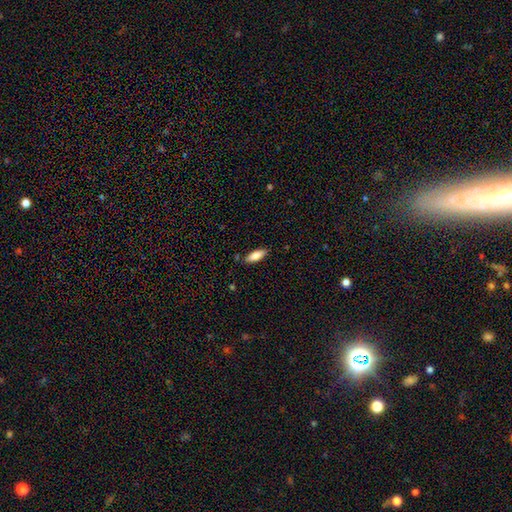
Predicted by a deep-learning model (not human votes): smooth-or-featured: smooth: 81% | featured or disk: 13% | star or artifact: 6%
  how-rounded: in between: 68% | cigar-shaped: 30% | round: 2%
  merging: none: 85% | minor disturbance: 11% | major disturbance: 2% | merger: 2%